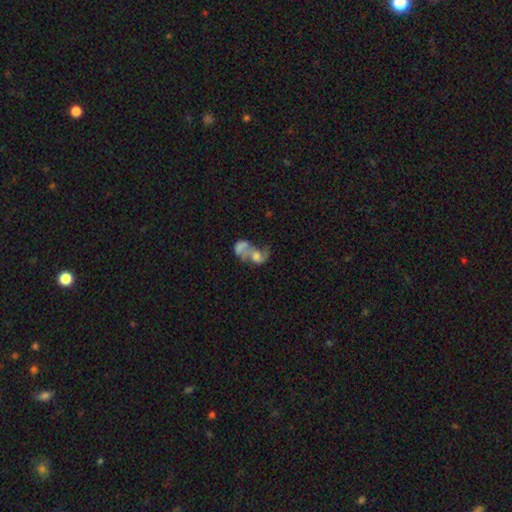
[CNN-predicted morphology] smooth-or-featured: featured or disk: 54% | smooth: 35% | star or artifact: 11%
  disk-edge-on: no: 97% | yes: 3%
    bar: no: 76% | weak: 19% | strong: 5%
    has-spiral-arms: yes: 56% | no: 44%
    bulge-size: moderate: 33% | none: 25% | large: 20% | small: 18% | dominant: 4%
  merging: merger: 66% | major disturbance: 15% | none: 12% | minor disturbance: 6%